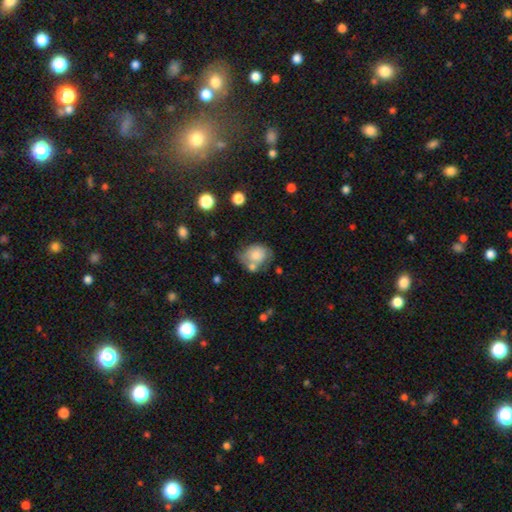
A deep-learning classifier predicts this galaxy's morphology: The model was most divided on "how rounded" (2-way tie): in between: 50%, round: 50%, cigar-shaped: 1%. Remaining: smooth or featured — smooth (71%); merging — none (40%).